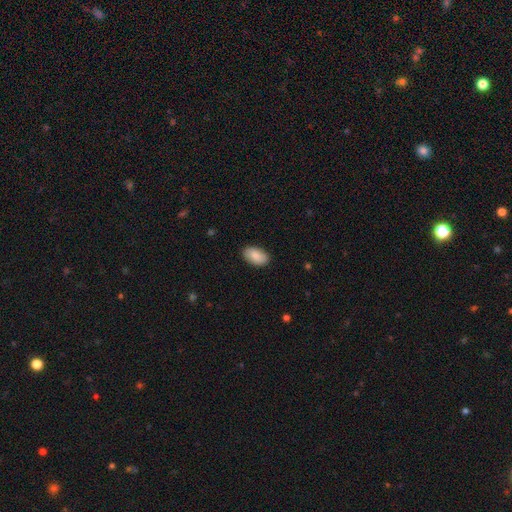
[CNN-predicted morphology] Q: Smooth or featured?
A: smooth (87%); runner-up: featured or disk (8%)
Q: How rounded?
A: in between (95%); runner-up: round (4%)
Q: Merging?
A: none (88%); runner-up: minor disturbance (9%)